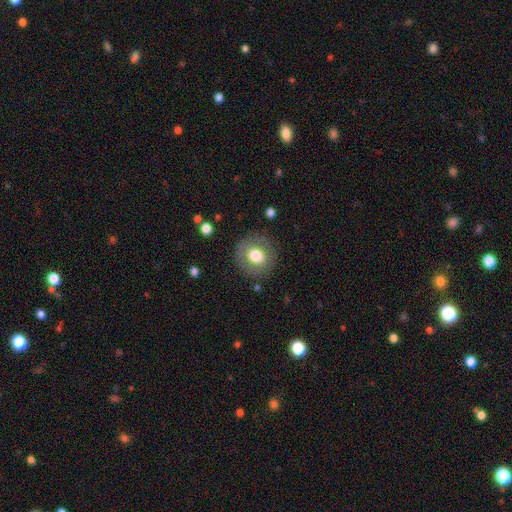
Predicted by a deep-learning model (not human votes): smooth-or-featured: smooth: 69% | featured or disk: 22% | star or artifact: 8%
  how-rounded: round: 91% | in between: 8% | cigar-shaped: 1%
  merging: none: 86% | minor disturbance: 9% | major disturbance: 4% | merger: 1%